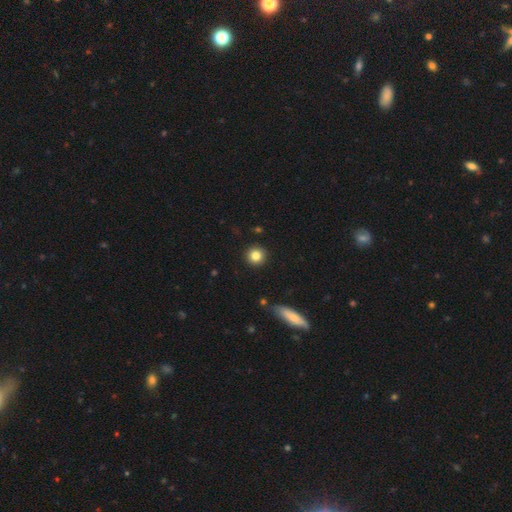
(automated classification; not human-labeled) smooth-or-featured: smooth: 83% | star or artifact: 10% | featured or disk: 7%
  how-rounded: round: 93% | in between: 6% | cigar-shaped: 1%
  merging: none: 91% | minor disturbance: 6% | major disturbance: 2% | merger: 2%